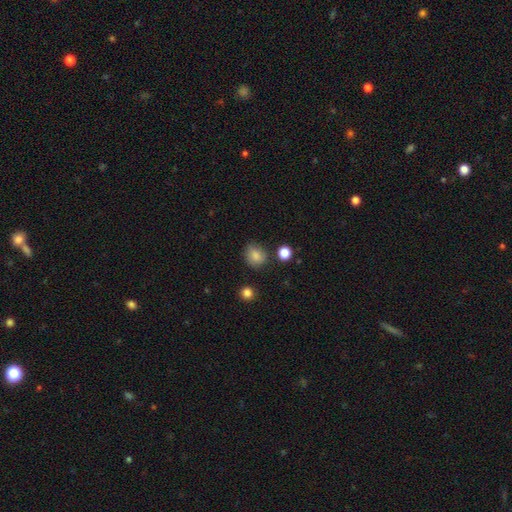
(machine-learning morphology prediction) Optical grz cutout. It shows a smooth galaxy with no disk features (84%) that is round (69%). Merging: none (76%).